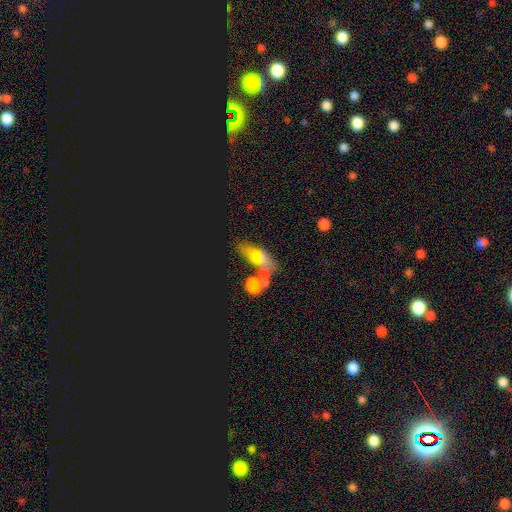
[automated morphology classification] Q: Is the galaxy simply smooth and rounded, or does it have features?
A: smooth — 45%.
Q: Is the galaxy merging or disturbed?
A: none — 39%.